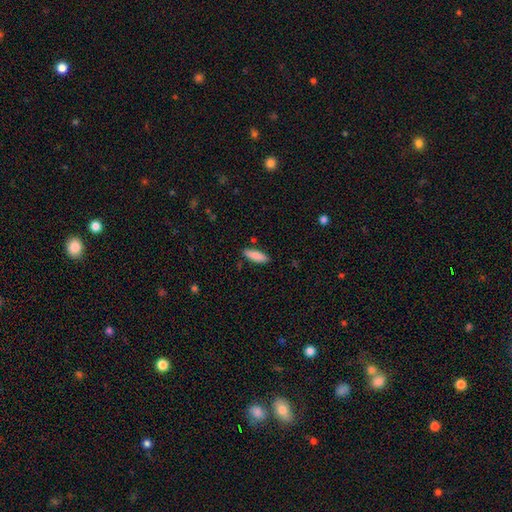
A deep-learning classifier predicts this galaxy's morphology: Smooth or featured: smooth — 87% (featured or disk — 7%)
How rounded: in between — 58% (cigar-shaped — 41%)
Merging: none — 85% (minor disturbance — 11%)